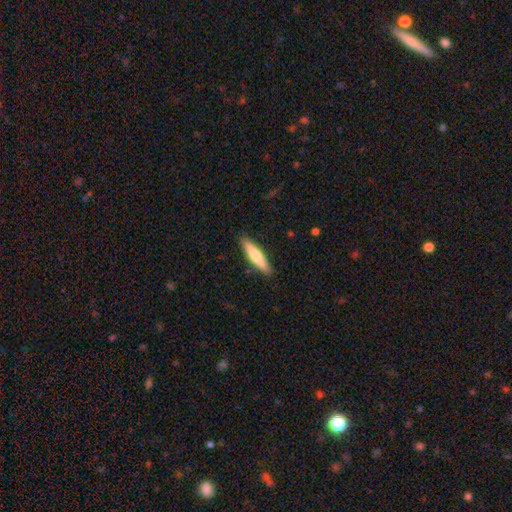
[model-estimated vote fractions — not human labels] A smooth galaxy with no disk features (64%) that is cigar-shaped (77%).

Vote fractions:
- Smooth or featured? smooth: 64% / featured or disk: 31% / star or artifact: 5%
- How rounded? cigar-shaped: 77% / in between: 21% / round: 2%
- Merging? none: 88% / minor disturbance: 9% / major disturbance: 2% / merger: 1%